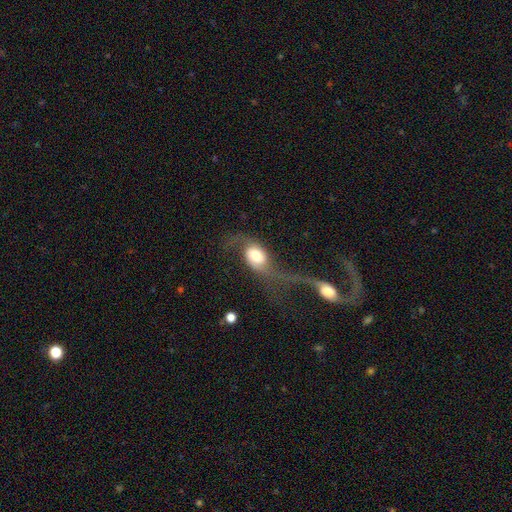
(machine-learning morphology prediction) Smooth or featured?
  - featured or disk: 56% *
  - smooth: 36%
  - star or artifact: 8%
Edge-on disk?
  - no: 95% *
  - yes: 5%
Bar?
  - no: 61% *
  - weak: 29%
  - strong: 10%
Spiral arms?
  - yes: 83% *
  - no: 17%
Bulge size?
  - large: 42% *
  - moderate: 35%
  - dominant: 15%
  - small: 6%
  - none: 2%
Merging?
  - major disturbance: 40% *
  - merger: 26%
  - none: 22%
  - minor disturbance: 13%